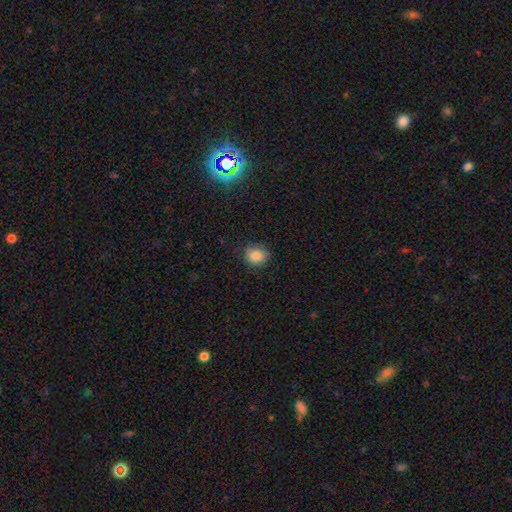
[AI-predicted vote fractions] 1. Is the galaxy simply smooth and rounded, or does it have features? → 84% smooth, 10% star or artifact, 6% featured or disk.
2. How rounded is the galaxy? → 72% round, 27% in between, 1% cigar-shaped.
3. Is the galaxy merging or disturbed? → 78% none, 17% minor disturbance, 4% major disturbance, 1% merger.